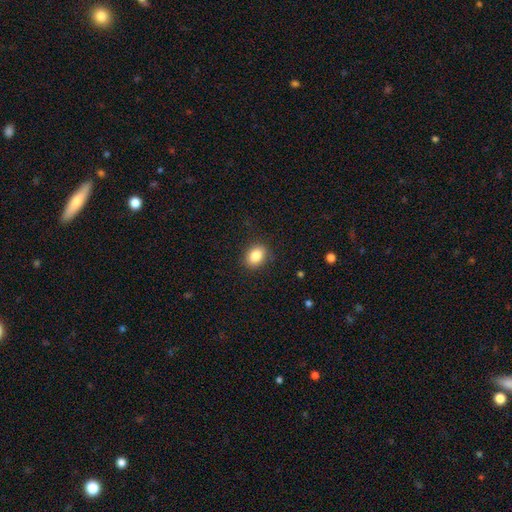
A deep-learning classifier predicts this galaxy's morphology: Smooth or featured? Predicted: smooth (p=0.85). How rounded? Predicted: in between (p=0.63). Merging? Predicted: none (p=0.87).